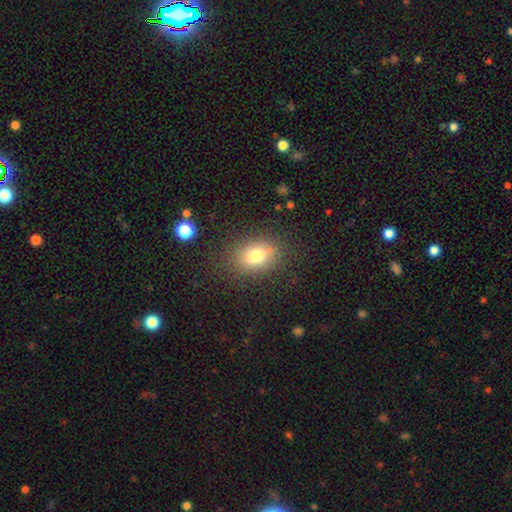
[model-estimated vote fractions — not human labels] Smooth or featured: smooth — 75% (star or artifact — 13%)
How rounded: in between — 68% (round — 31%)
Merging: none — 81% (minor disturbance — 12%)